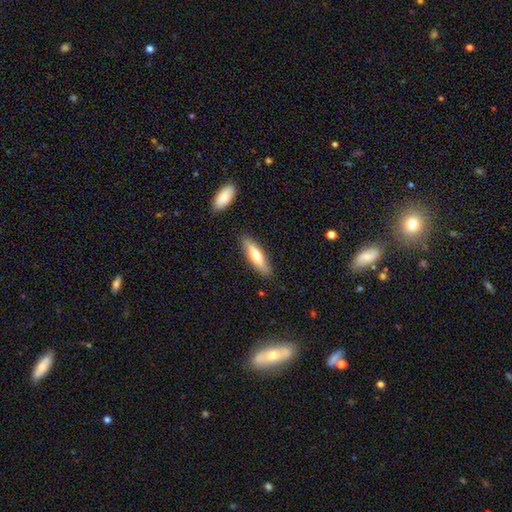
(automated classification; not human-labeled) Smooth or featured? Predicted: smooth (p=0.62). How rounded? Predicted: cigar-shaped (p=0.64). Merging? Predicted: none (p=0.85).